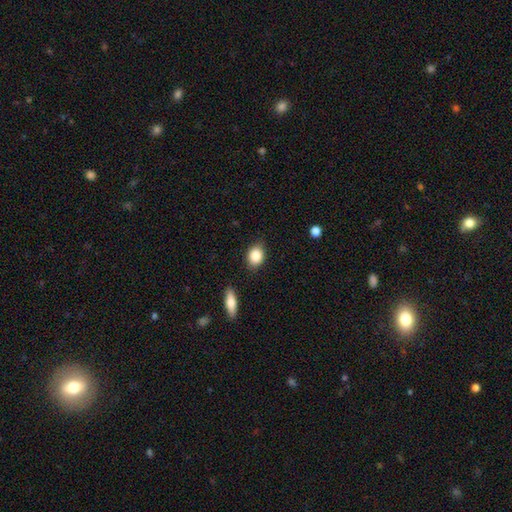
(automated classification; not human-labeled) A smooth galaxy with no disk features (87%) that is in between round and cigar-shaped (58%).

Vote fractions:
- Smooth or featured? smooth: 87% / star or artifact: 8% / featured or disk: 6%
- How rounded? in between: 58% / round: 40% / cigar-shaped: 2%
- Merging? none: 82% / minor disturbance: 13% / major disturbance: 3% / merger: 2%